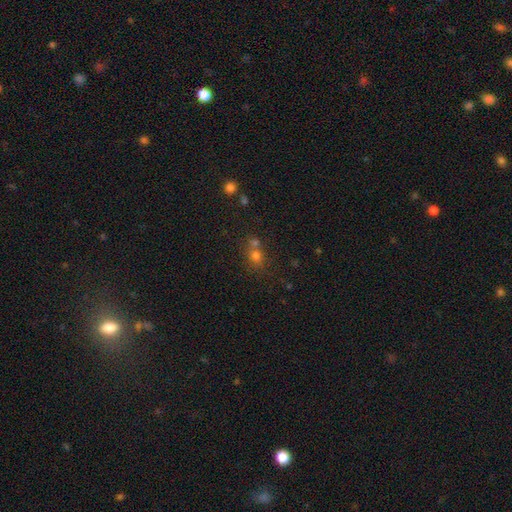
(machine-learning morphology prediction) A smooth galaxy with no disk features (69%) that is round (75%).

Vote fractions:
- Smooth or featured? smooth: 69% / star or artifact: 20% / featured or disk: 11%
- How rounded? round: 75% / in between: 24% / cigar-shaped: 1%
- Merging? none: 50% / merger: 38% / minor disturbance: 9% / major disturbance: 4%